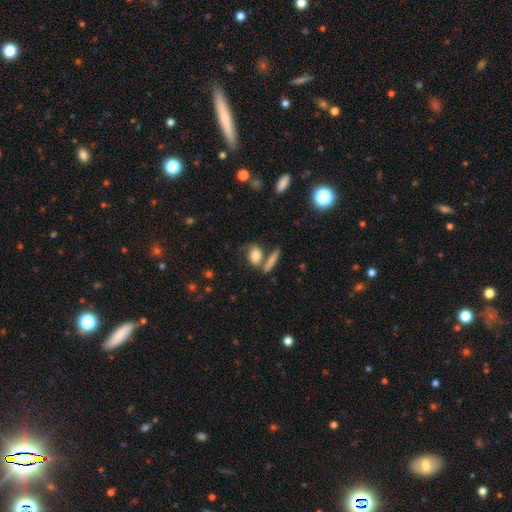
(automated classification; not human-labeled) smooth 70%, featured or disk 21%, star or artifact 9%. Down the decision tree: how rounded — in between (71%); merging — none (47%).